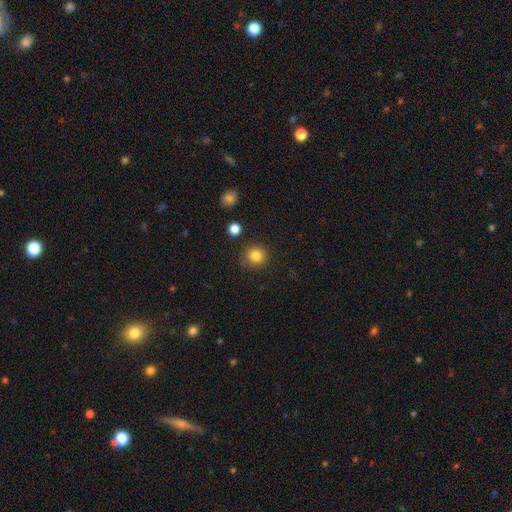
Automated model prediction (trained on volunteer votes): The model was most divided on "smooth or featured": smooth: 83%, star or artifact: 11%, featured or disk: 5%. More confident: how rounded — round (93%); merging — none (85%).